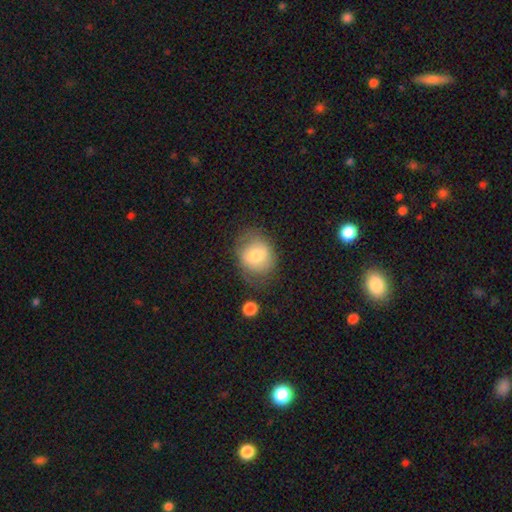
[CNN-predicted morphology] This appears to be a smooth galaxy with no disk features (70%) that is round (59%). Merging: none (63%).